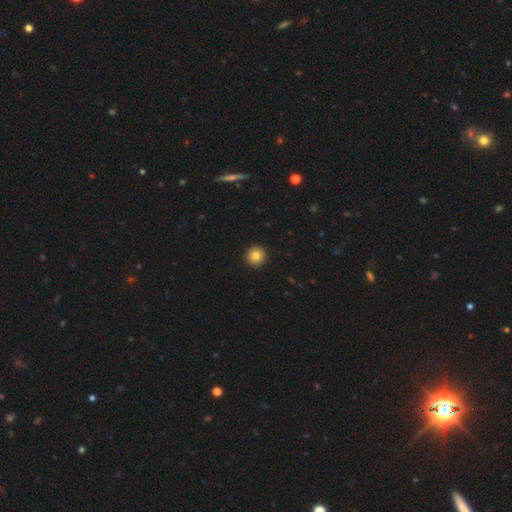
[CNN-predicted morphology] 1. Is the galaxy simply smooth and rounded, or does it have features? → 82% smooth, 10% star or artifact, 8% featured or disk.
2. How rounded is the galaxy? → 95% round, 4% in between, 1% cigar-shaped.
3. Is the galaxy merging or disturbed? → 93% none, 4% minor disturbance, 1% major disturbance, 1% merger.